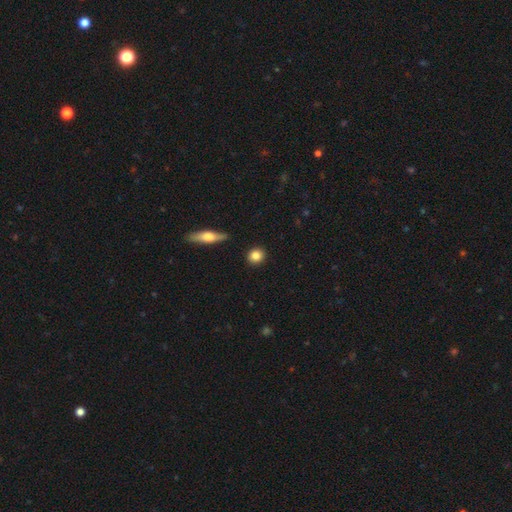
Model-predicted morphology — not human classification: This appears to be a smooth galaxy with no disk features (84%) that is round (85%). Merging: none (91%).